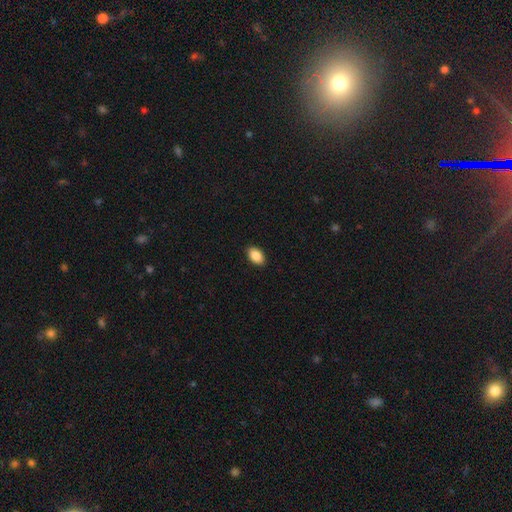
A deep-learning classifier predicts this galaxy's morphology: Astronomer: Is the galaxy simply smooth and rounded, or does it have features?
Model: smooth — 89%.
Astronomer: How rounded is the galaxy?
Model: in between — 92%.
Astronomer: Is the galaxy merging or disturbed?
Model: none — 90%.